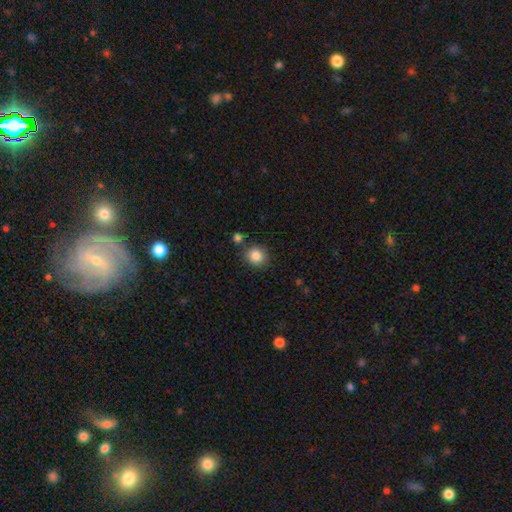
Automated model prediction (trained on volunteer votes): Smooth or featured: smooth — 86% (star or artifact — 10%)
How rounded: round — 86% (in between — 13%)
Merging: none — 80% (minor disturbance — 10%)